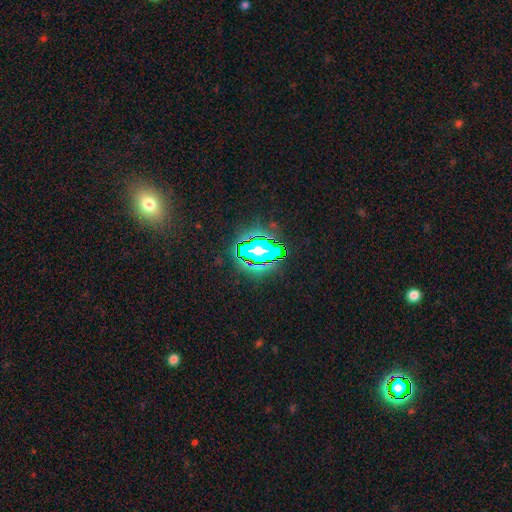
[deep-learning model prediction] A star or artifact, not a galaxy (76%).